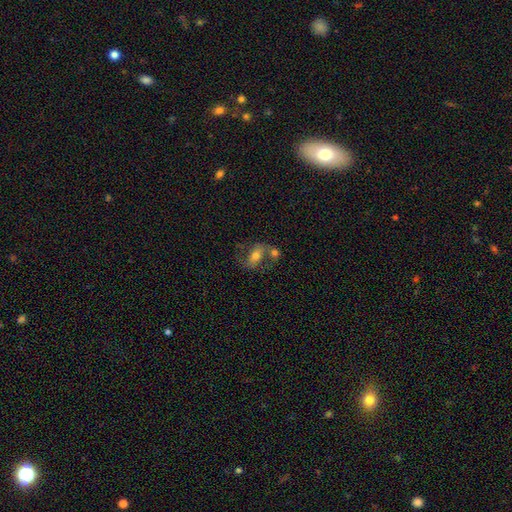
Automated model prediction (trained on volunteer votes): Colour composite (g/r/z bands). It shows a smooth galaxy with no disk features (49%). Merging: none (39%).